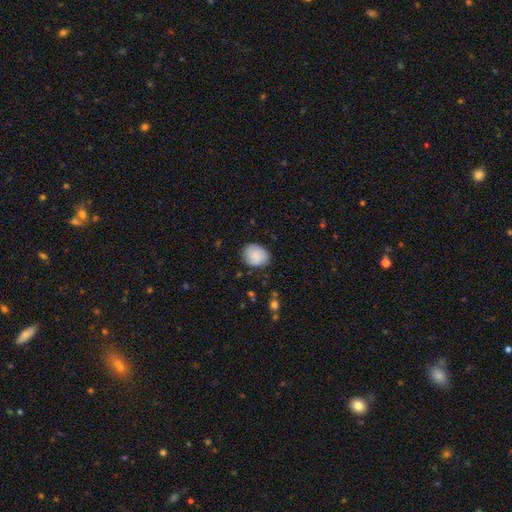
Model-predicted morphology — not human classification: Smooth or featured: smooth — 85% (featured or disk — 8%)
How rounded: round — 57% (in between — 42%)
Merging: none — 83% (minor disturbance — 13%)